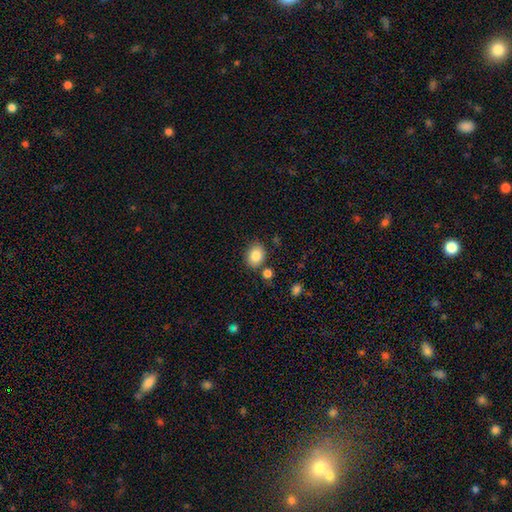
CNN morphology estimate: Q: Smooth or featured?
A: smooth (86%); runner-up: star or artifact (9%)
Q: How rounded?
A: round (51%); runner-up: in between (48%)
Q: Merging?
A: none (78%); runner-up: minor disturbance (12%)